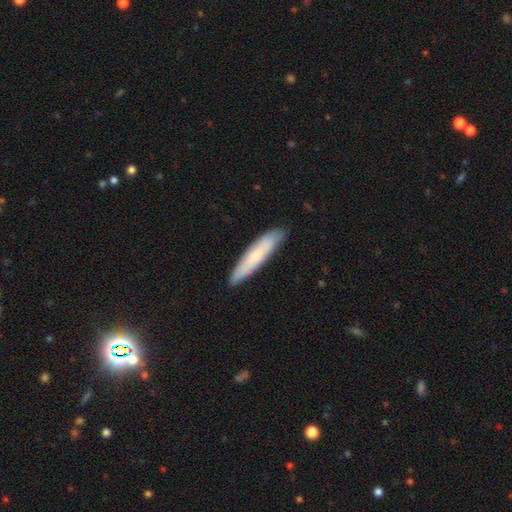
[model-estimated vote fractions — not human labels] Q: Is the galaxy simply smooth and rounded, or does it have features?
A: smooth — 71%.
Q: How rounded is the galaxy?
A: cigar-shaped — 86%.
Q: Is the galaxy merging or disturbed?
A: none — 87%.